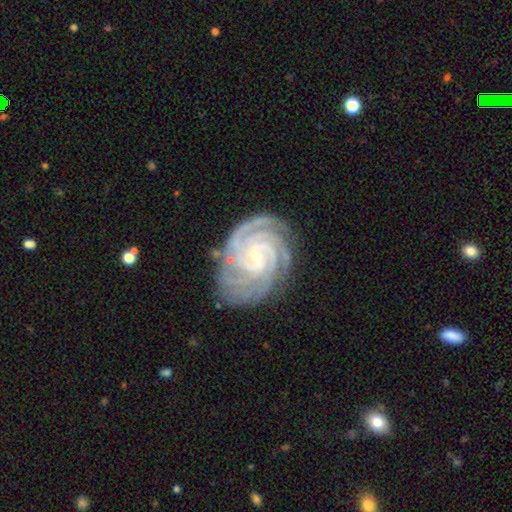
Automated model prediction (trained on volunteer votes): Q: Smooth or featured?
A: featured or disk (92%); runner-up: star or artifact (4%)
Q: Edge-on disk?
A: no (98%); runner-up: yes (2%)
Q: Bar?
A: weak (42%); runner-up: no (39%)
Q: Spiral arms?
A: yes (99%); runner-up: no (1%)
Q: Spiral winding?
A: tight (83%); runner-up: medium (16%)
Q: Spiral arm count?
A: 4 (39%); runner-up: 3 (22%)
Q: Bulge size?
A: small (82%); runner-up: moderate (13%)
Q: Merging?
A: none (79%); runner-up: minor disturbance (15%)